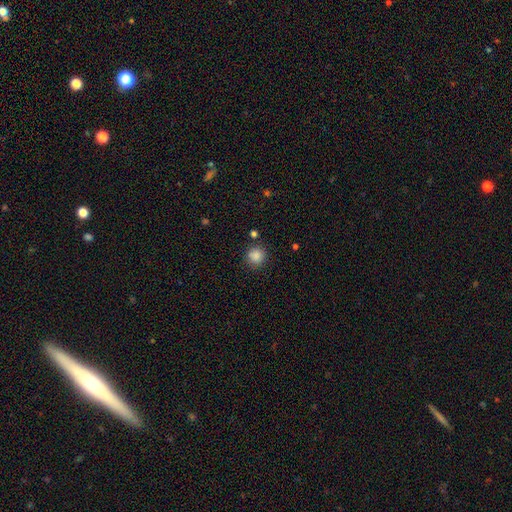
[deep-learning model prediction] Smooth or featured?
  - smooth: 86% *
  - star or artifact: 10%
  - featured or disk: 4%
How rounded?
  - round: 92% *
  - in between: 7%
  - cigar-shaped: 1%
Merging?
  - none: 85% *
  - minor disturbance: 8%
  - merger: 3%
  - major disturbance: 3%